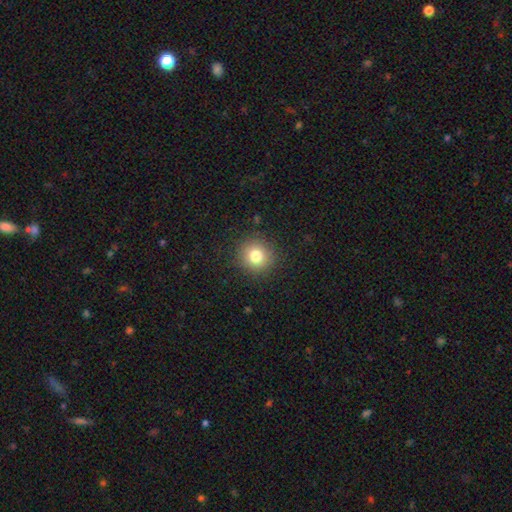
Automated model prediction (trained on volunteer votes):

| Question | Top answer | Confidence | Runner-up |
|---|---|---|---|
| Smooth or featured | smooth | 79% | star or artifact (12%) |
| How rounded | round | 93% | in between (6%) |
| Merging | none | 90% | minor disturbance (7%) |